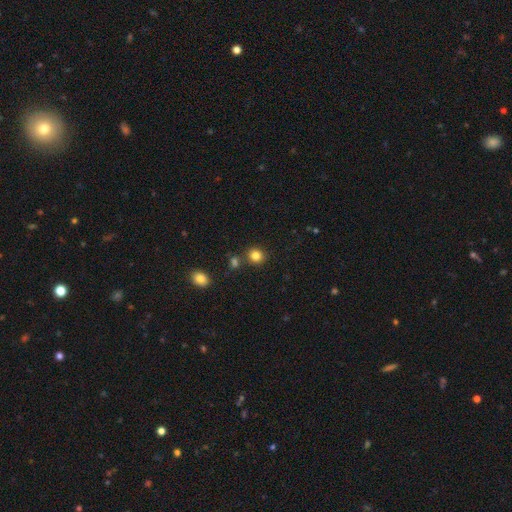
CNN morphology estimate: Smooth or featured? Predicted: smooth (p=0.83). How rounded? Predicted: round (p=0.85). Merging? Predicted: none (p=0.81).